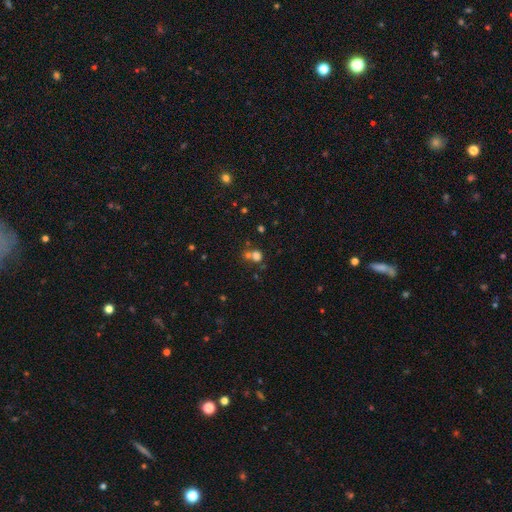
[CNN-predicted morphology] Overall: smooth (69%). How rounded: round (73%). Merging: none (45%; merger 41%).